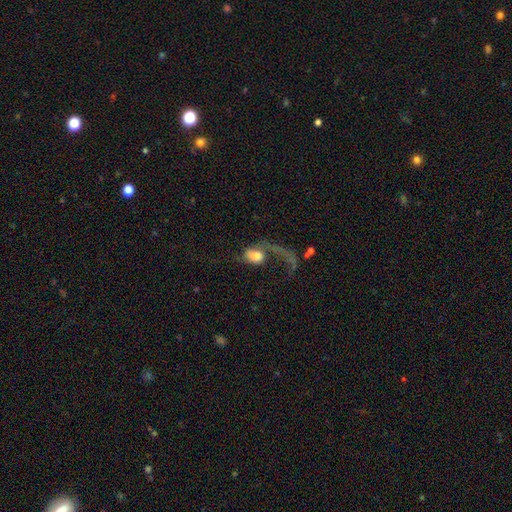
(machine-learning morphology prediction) smooth-or-featured: smooth: 46% | featured or disk: 45% | star or artifact: 10%
  merging: major disturbance: 61% | none: 20% | minor disturbance: 11% | merger: 9%